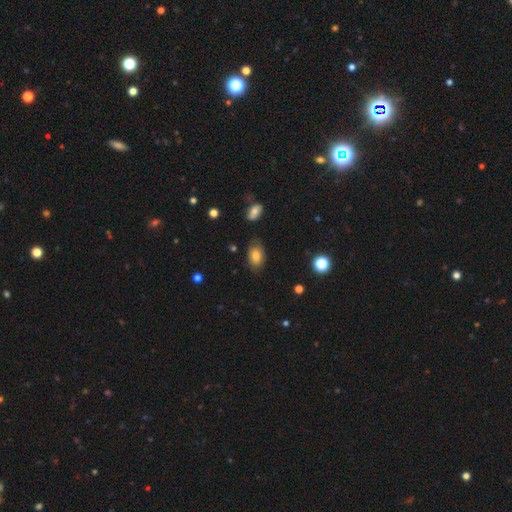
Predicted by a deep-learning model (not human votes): Overall: smooth (75%). How rounded: in between (88%). Merging: none (76%).